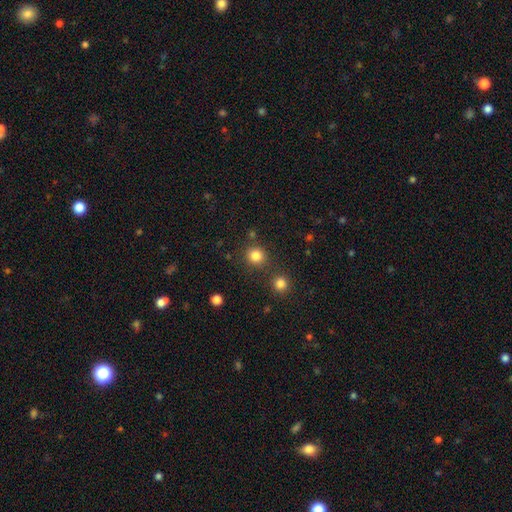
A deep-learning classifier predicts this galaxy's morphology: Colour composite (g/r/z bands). It shows a smooth galaxy with no disk features (83%) that is round (91%). Merging: none (81%).